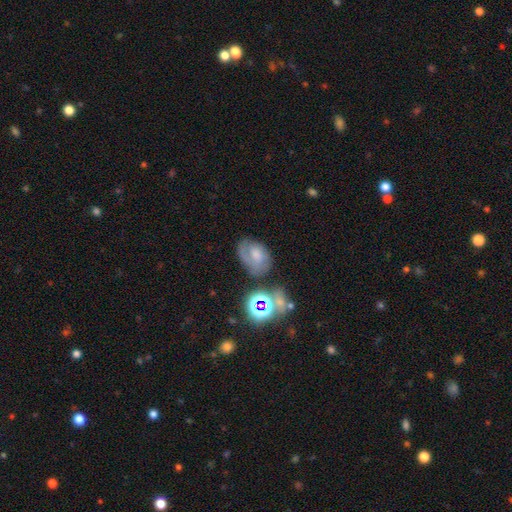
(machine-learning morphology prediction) A smooth galaxy with no disk features (44%). Merging: none (49%).